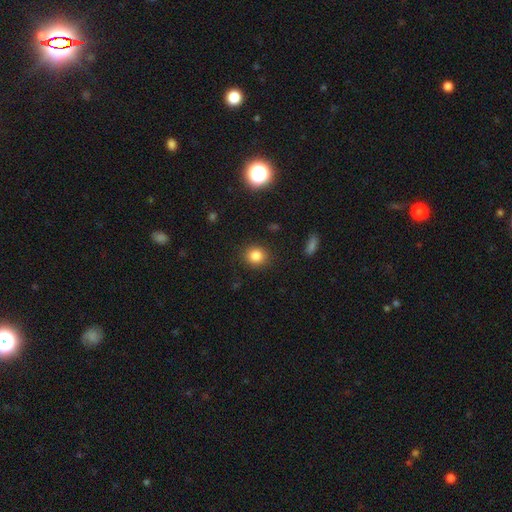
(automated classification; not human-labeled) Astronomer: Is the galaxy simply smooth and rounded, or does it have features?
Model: smooth — 84%.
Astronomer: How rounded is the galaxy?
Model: round — 83%.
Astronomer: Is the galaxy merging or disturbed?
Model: none — 89%.